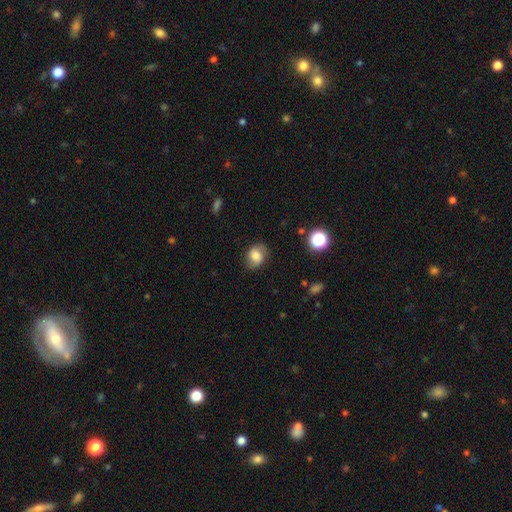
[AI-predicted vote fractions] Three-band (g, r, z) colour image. It shows a smooth galaxy with no disk features (58%) that is round (52%). Merging: none (72%).